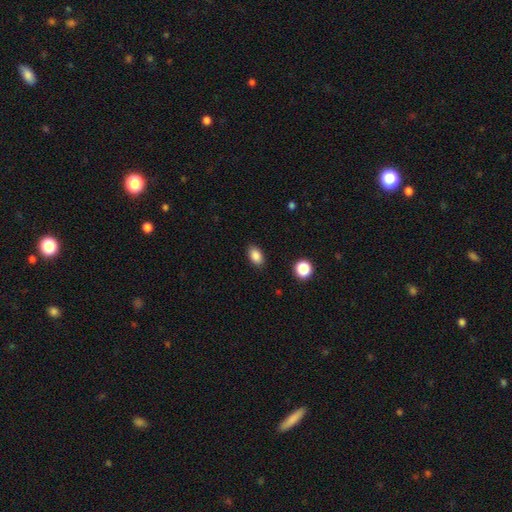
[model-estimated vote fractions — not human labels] Overall: smooth (86%). How rounded: in between (86%). Merging: none (87%).